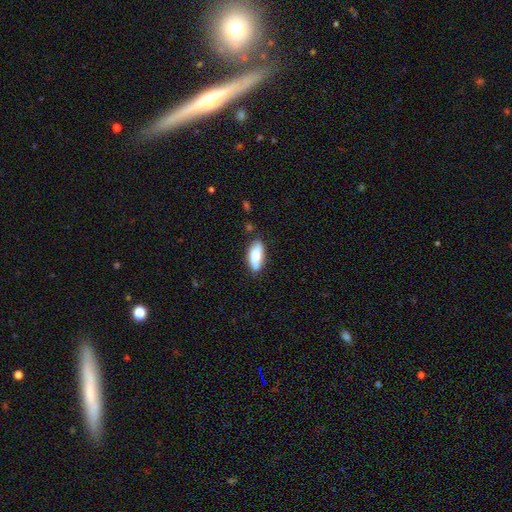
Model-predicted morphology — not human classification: smooth-or-featured: smooth: 77% | featured or disk: 17% | star or artifact: 6%
  how-rounded: in between: 81% | cigar-shaped: 17% | round: 2%
  merging: none: 80% | minor disturbance: 15% | major disturbance: 3% | merger: 2%